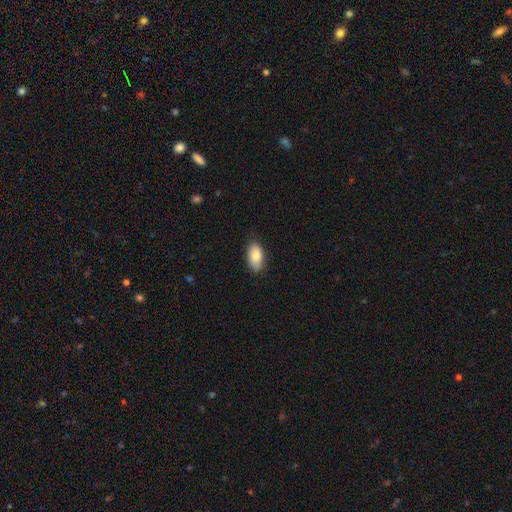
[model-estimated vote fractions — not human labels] Q: Smooth or featured?
A: smooth (84%); runner-up: featured or disk (9%)
Q: How rounded?
A: in between (93%); runner-up: cigar-shaped (4%)
Q: Merging?
A: none (80%); runner-up: minor disturbance (17%)